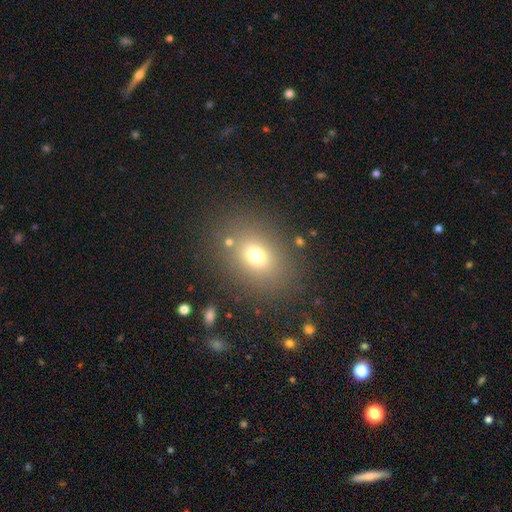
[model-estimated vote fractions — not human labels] This is likely a smooth galaxy (70%). How rounded: possibly in between (59%). Merging: clearly none (81%).